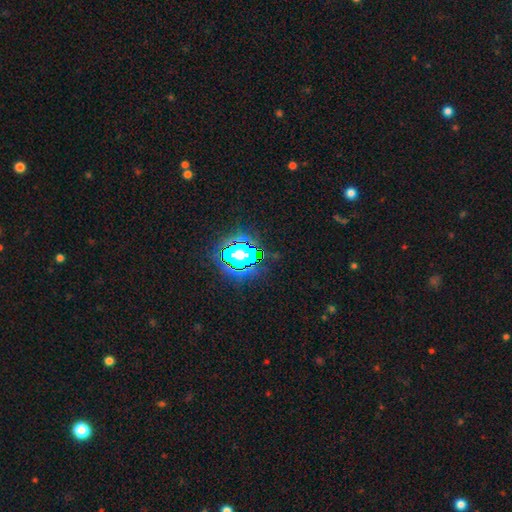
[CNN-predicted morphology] Smooth or featured?
  - star or artifact: 82% *
  - smooth: 11%
  - featured or disk: 7%